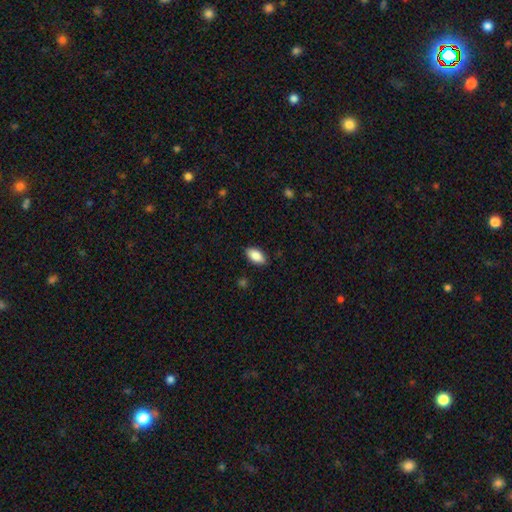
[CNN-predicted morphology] This appears to be a smooth galaxy with no disk features (88%) that is in between round and cigar-shaped (93%). Merging: none (87%).